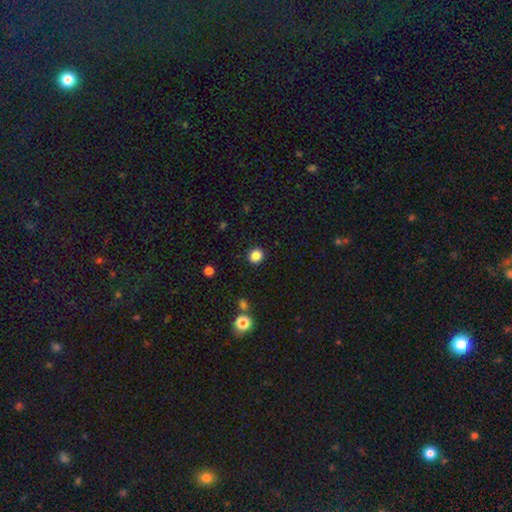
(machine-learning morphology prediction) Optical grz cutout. It shows a smooth galaxy with no disk features (85%) that is round (84%). Merging: none (91%).